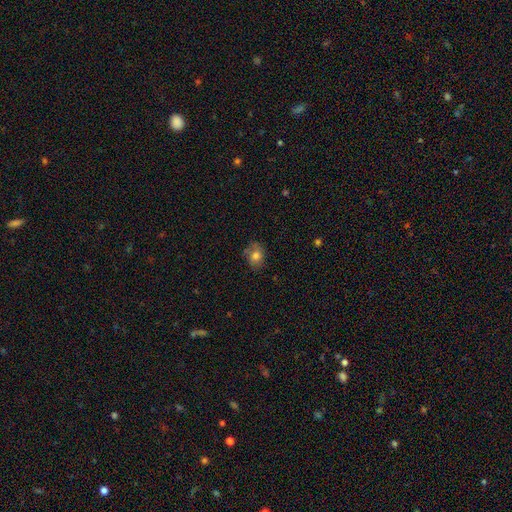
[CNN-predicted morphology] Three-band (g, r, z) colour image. It shows a smooth galaxy with no disk features (76%) that is in between round and cigar-shaped (54%). Merging: none (67%).